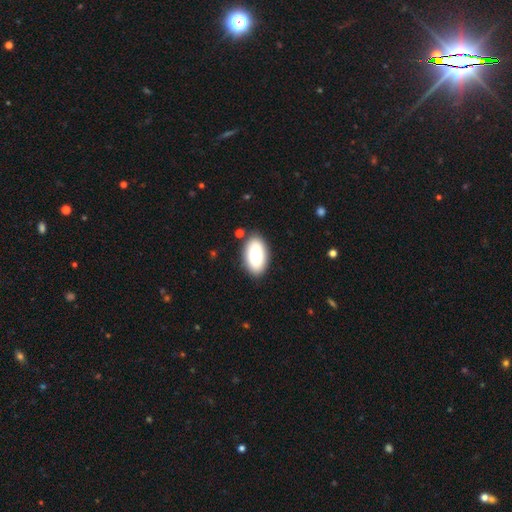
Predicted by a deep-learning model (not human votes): smooth_or_featured: smooth (p=0.80) [alt: featured or disk p=0.14]
how_rounded: in between (p=0.95) [alt: round p=0.04]
merging: none (p=0.86) [alt: minor disturbance p=0.10]